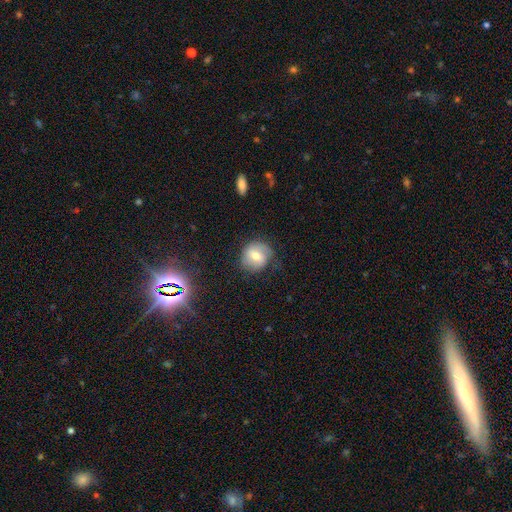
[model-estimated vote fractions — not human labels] A smooth galaxy with no disk features (59%) that is round (80%).

Vote fractions:
- Smooth or featured? smooth: 59% / featured or disk: 32% / star or artifact: 9%
- How rounded? round: 80% / in between: 19% / cigar-shaped: 1%
- Merging? none: 68% / minor disturbance: 22% / major disturbance: 8% / merger: 1%